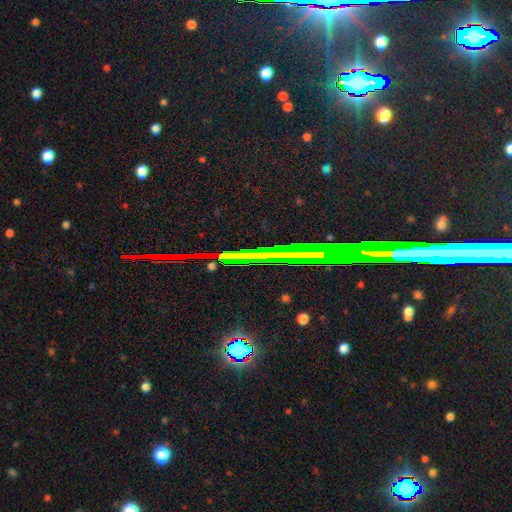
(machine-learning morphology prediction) Smooth or featured: star or artifact — 78% (featured or disk — 13%)